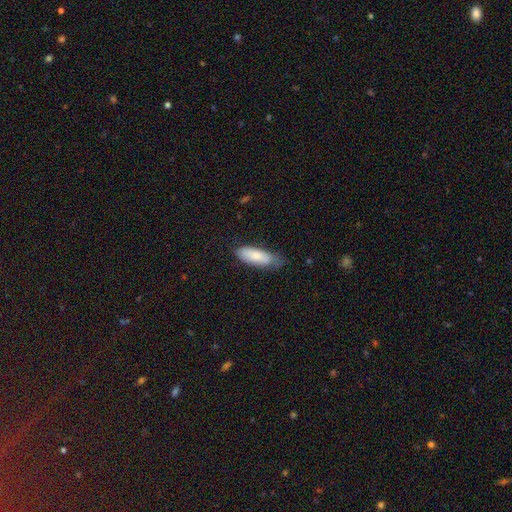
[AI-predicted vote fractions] Q: Smooth or featured?
A: smooth (78%); runner-up: featured or disk (16%)
Q: How rounded?
A: in between (69%); runner-up: cigar-shaped (29%)
Q: Merging?
A: none (57%); runner-up: minor disturbance (33%)